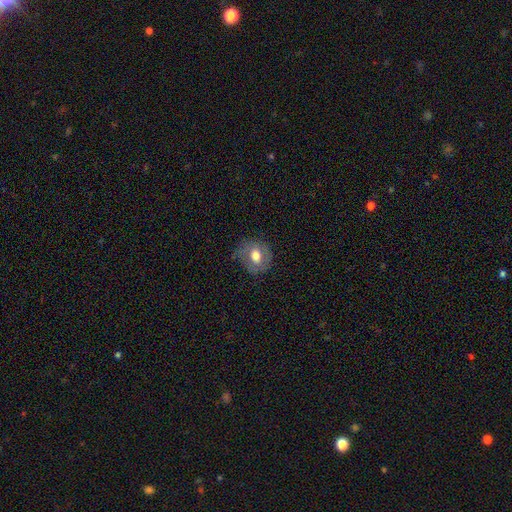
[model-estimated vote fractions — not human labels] This is possibly a smooth galaxy (59%). How rounded: likely round (69%). Merging: likely none (69%).